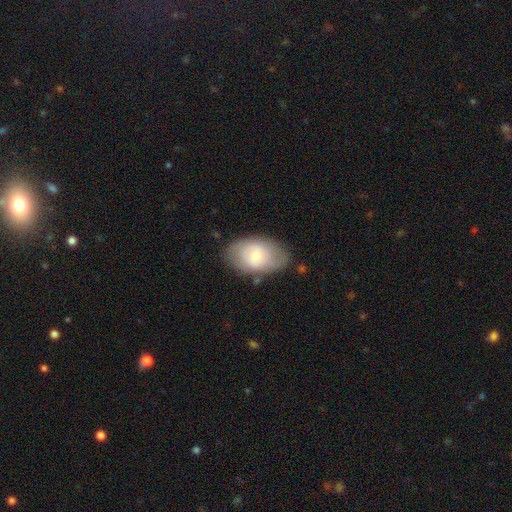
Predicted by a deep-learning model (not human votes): Smooth or featured? smooth (61%)
How rounded? in between (89%)
Merging? none (74%)